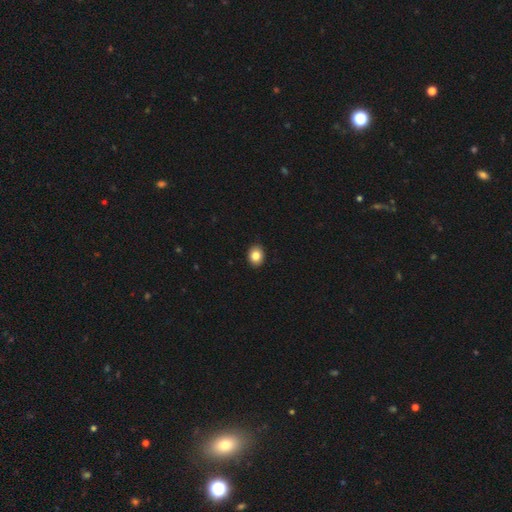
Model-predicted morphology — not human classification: smooth 84%, star or artifact 9%, featured or disk 6%. Down the decision tree: how rounded — in between (53%); merging — none (91%).